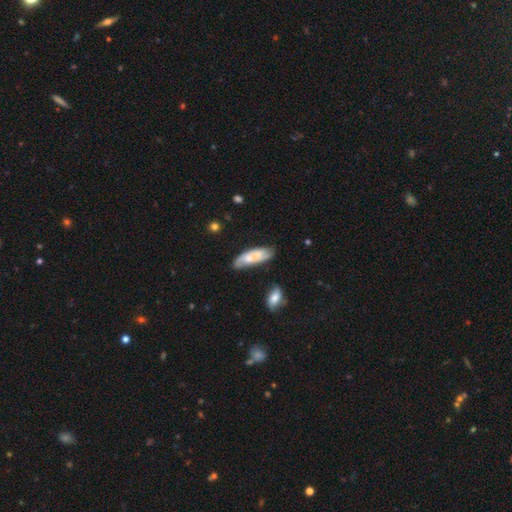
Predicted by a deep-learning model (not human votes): Smooth or featured? Predicted: smooth (p=0.47, tied with featured or disk). Merging? Predicted: none (p=0.69).